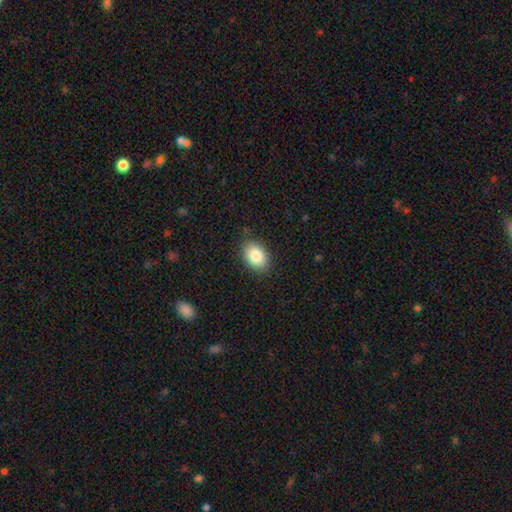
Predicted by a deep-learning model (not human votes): Smooth or featured? Predicted: smooth (p=0.85). How rounded? Predicted: in between (p=0.80). Merging? Predicted: none (p=0.87).